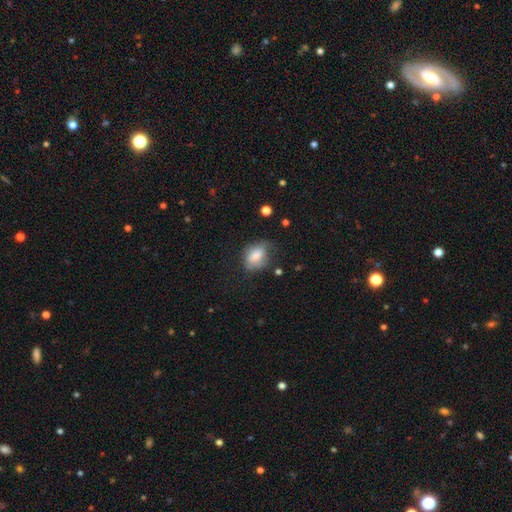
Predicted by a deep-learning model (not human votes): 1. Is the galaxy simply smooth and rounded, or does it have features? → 76% smooth, 16% featured or disk, 8% star or artifact.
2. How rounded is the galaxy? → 68% in between, 30% round, 2% cigar-shaped.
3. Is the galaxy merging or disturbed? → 47% none, 34% minor disturbance, 16% major disturbance, 3% merger.